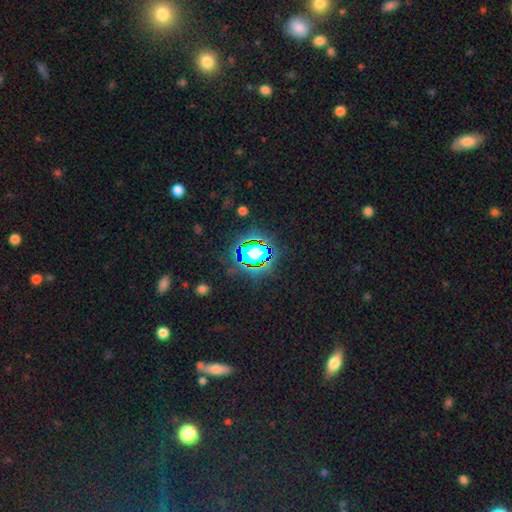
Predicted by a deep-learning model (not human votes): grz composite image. It shows a star or artifact, not a galaxy (77%).